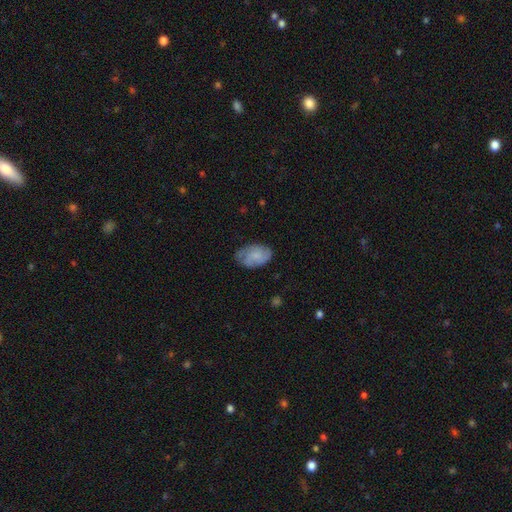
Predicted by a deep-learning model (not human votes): A smooth galaxy with no disk features (50%).

Vote fractions:
- Smooth or featured? smooth: 50% / featured or disk: 42% / star or artifact: 8%
- Merging? none: 64% / minor disturbance: 26% / major disturbance: 8% / merger: 1%